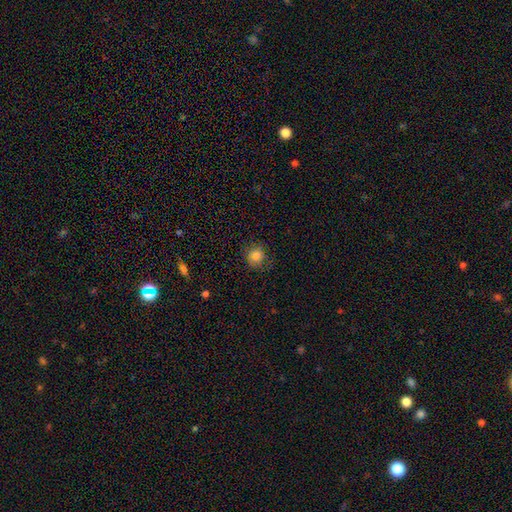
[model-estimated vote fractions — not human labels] A smooth galaxy with no disk features (82%) that is round (88%).

Vote fractions:
- Smooth or featured? smooth: 82% / star or artifact: 12% / featured or disk: 6%
- How rounded? round: 88% / in between: 11% / cigar-shaped: 1%
- Merging? none: 80% / minor disturbance: 15% / major disturbance: 4% / merger: 1%